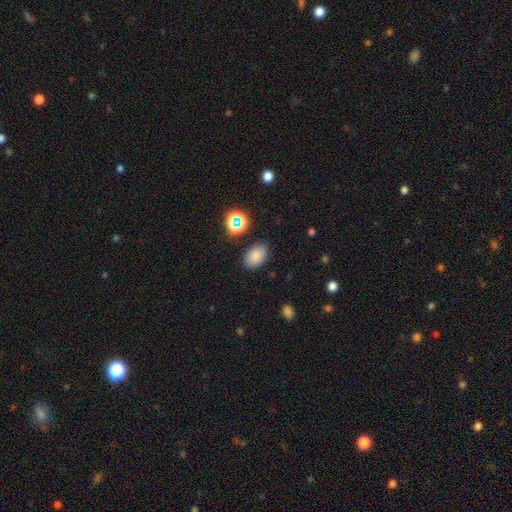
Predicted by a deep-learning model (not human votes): smooth-or-featured: smooth: 80% | star or artifact: 12% | featured or disk: 7%
  how-rounded: in between: 85% | round: 14% | cigar-shaped: 1%
  merging: none: 84% | minor disturbance: 11% | major disturbance: 3% | merger: 2%